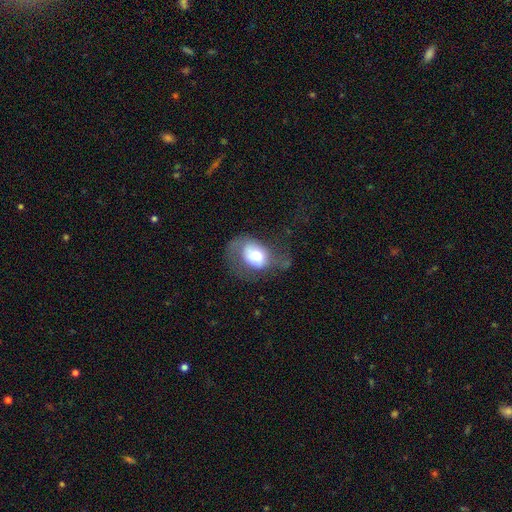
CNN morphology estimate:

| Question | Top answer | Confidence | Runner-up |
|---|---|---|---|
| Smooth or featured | smooth | 58% | featured or disk (34%) |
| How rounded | in between | 63% | round (36%) |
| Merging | major disturbance | 39% | none (33%) |